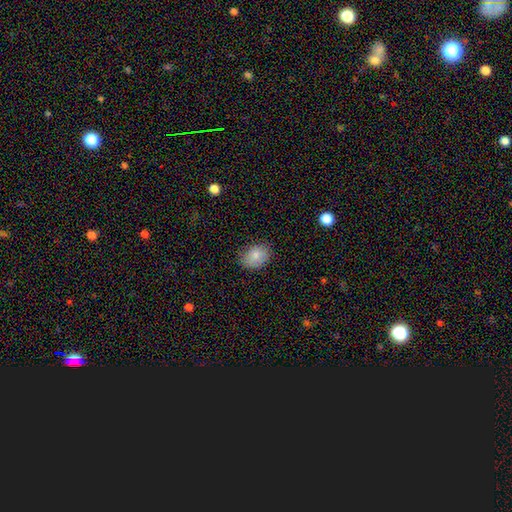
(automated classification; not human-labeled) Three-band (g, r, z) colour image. It shows a smooth galaxy with no disk features (83%) that is in between round and cigar-shaped (65%). Merging: none (79%).